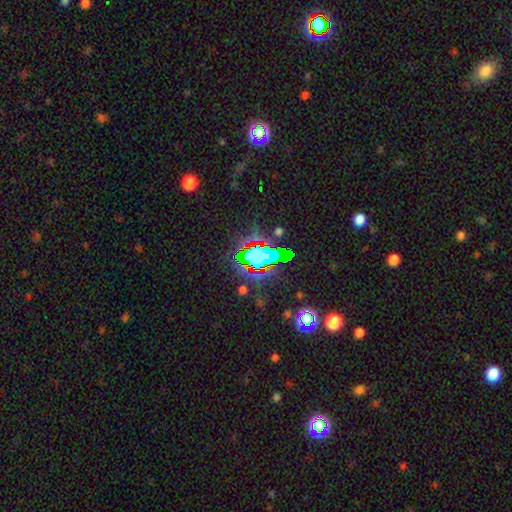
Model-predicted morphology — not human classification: type=star or artifact (57%).